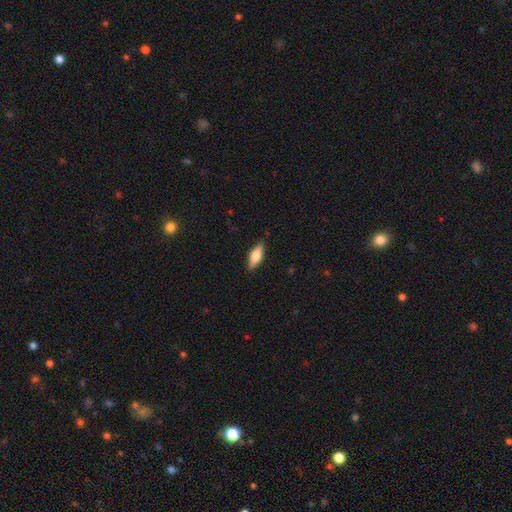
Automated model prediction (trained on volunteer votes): Morphology: type=smooth (56%); roundness=in between (61%); merging=none (87%).